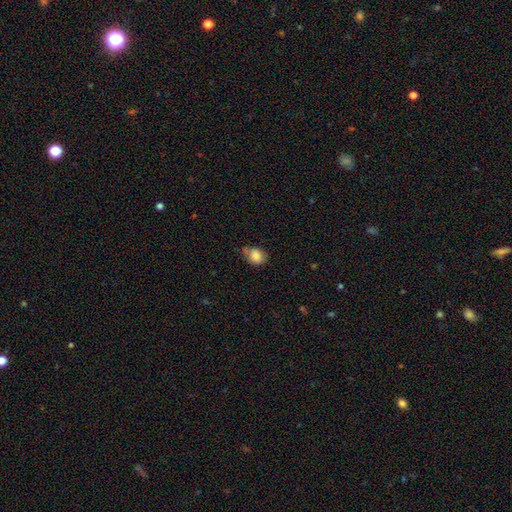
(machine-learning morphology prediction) Smooth or featured? Predicted: smooth (p=0.83). How rounded? Predicted: round (p=0.56). Merging? Predicted: none (p=0.52).